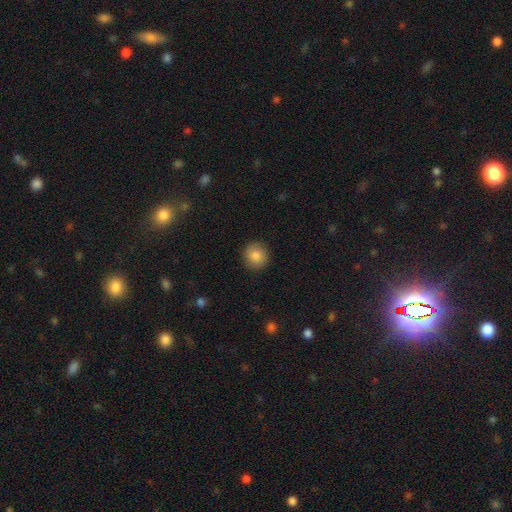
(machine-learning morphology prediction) smooth-or-featured: smooth: 85% | star or artifact: 9% | featured or disk: 6%
  how-rounded: round: 91% | in between: 8% | cigar-shaped: 1%
  merging: none: 90% | minor disturbance: 7% | major disturbance: 2% | merger: 1%